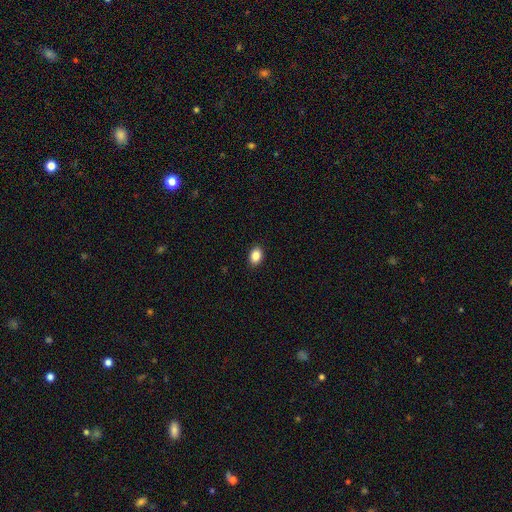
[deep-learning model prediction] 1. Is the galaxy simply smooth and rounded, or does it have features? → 87% smooth, 9% star or artifact, 4% featured or disk.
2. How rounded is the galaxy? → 78% in between, 21% round, 1% cigar-shaped.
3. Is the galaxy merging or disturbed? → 90% none, 7% minor disturbance, 2% major disturbance, 1% merger.